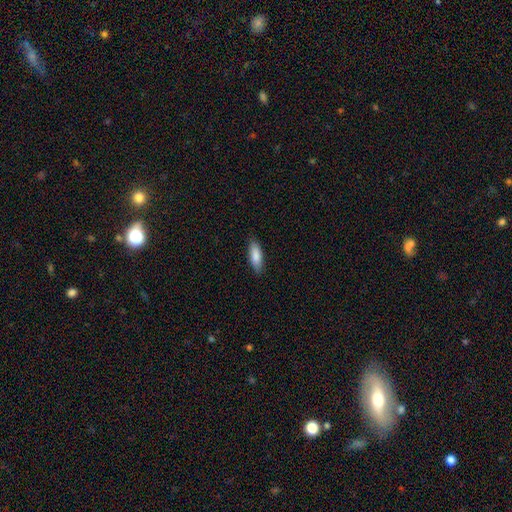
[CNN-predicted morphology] Smooth or featured? smooth (86%)
How rounded? in between (61%)
Merging? none (87%)